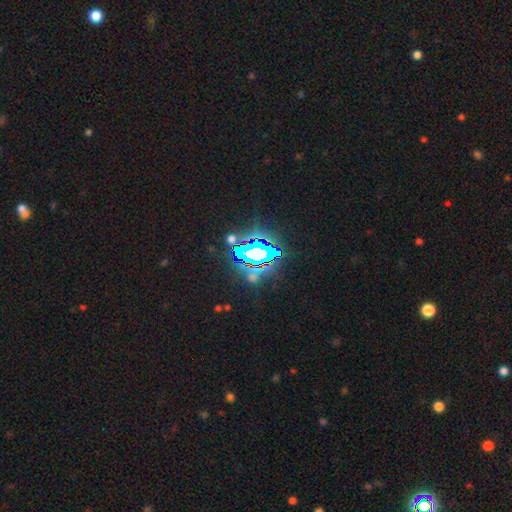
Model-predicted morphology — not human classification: smooth_or_featured: star or artifact (p=0.72) [alt: smooth p=0.14]